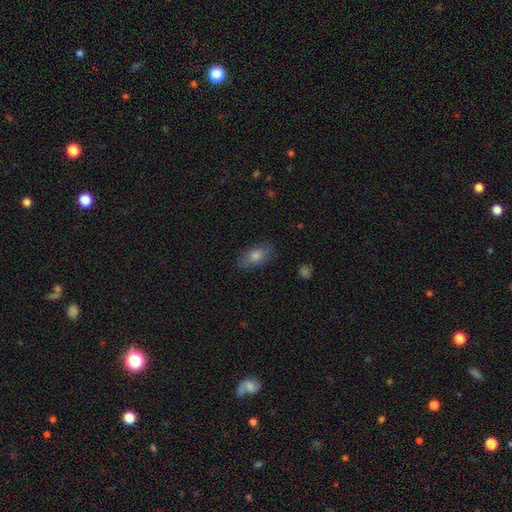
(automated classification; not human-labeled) A smooth galaxy with no disk features (74%) that is in between round and cigar-shaped (86%). Merging: none (82%).